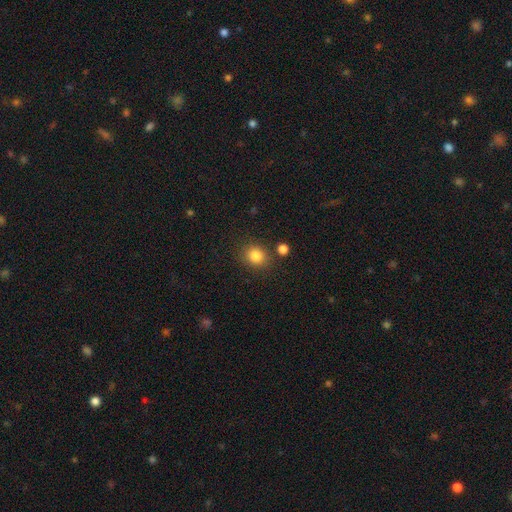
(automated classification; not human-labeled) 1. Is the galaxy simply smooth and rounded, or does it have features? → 84% smooth, 11% star or artifact, 5% featured or disk.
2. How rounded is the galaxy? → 76% round, 23% in between, 1% cigar-shaped.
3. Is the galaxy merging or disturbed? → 81% none, 10% minor disturbance, 6% merger, 3% major disturbance.